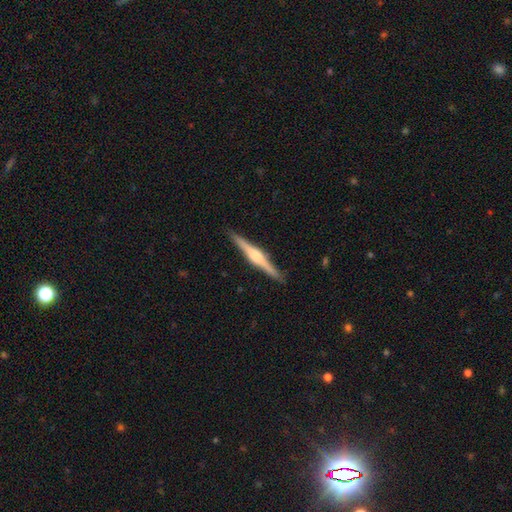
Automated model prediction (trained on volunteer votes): Morphology: type=featured or disk (77%); edge-on=yes (98%); edge-on bulge=rounded (78%); merging=none (91%).